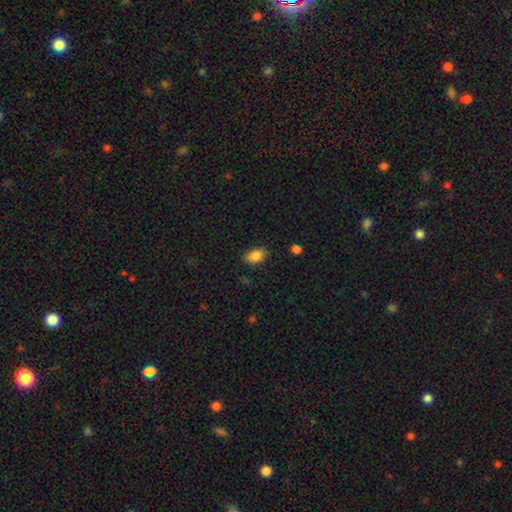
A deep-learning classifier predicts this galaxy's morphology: A smooth galaxy with no disk features (86%) that is in between round and cigar-shaped (89%).

Vote fractions:
- Smooth or featured? smooth: 86% / star or artifact: 9% / featured or disk: 5%
- How rounded? in between: 89% / round: 9% / cigar-shaped: 2%
- Merging? none: 81% / minor disturbance: 14% / major disturbance: 3% / merger: 2%